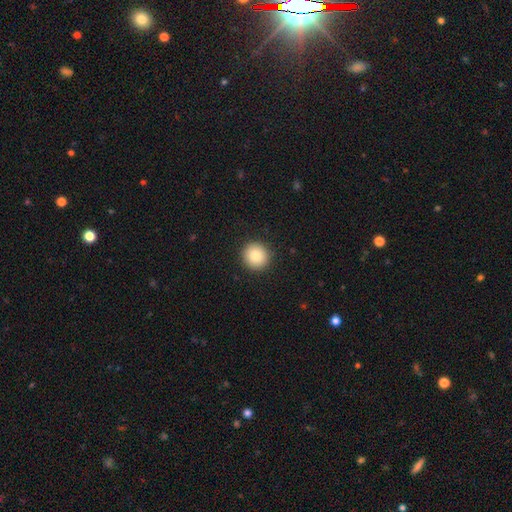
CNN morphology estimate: Overall: smooth (85%). How rounded: round (93%). Merging: none (92%).